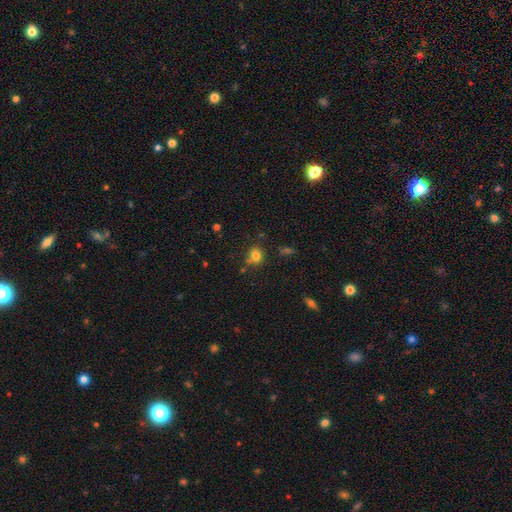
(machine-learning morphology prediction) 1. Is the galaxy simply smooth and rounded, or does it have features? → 78% smooth, 14% star or artifact, 7% featured or disk.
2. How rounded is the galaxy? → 76% round, 23% in between, 1% cigar-shaped.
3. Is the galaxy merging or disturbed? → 69% none, 15% minor disturbance, 11% merger, 5% major disturbance.